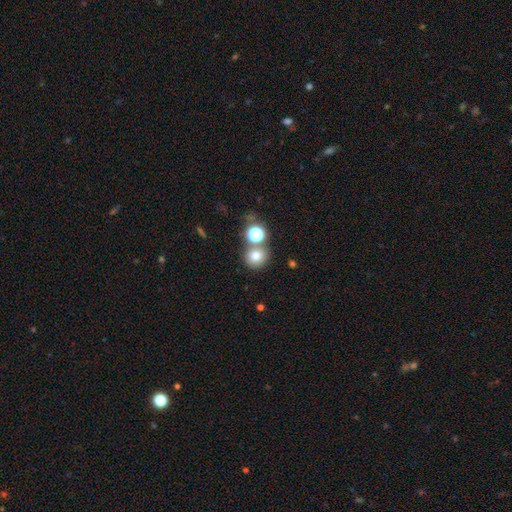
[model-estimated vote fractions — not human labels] A smooth galaxy with no disk features (75%) that is round (86%). Merging: none (67%).